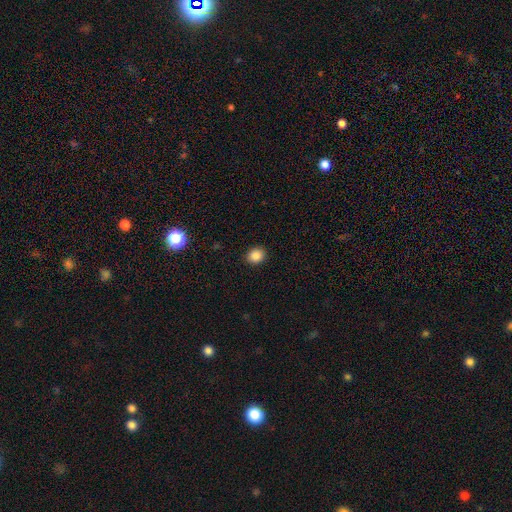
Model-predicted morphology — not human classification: Overall: smooth (87%). How rounded: round (68%; in between 31%). Merging: none (90%).